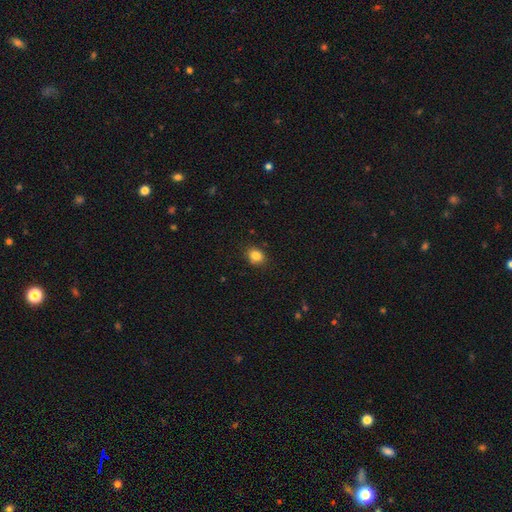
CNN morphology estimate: smooth_or_featured: smooth (p=0.85) [alt: star or artifact p=0.10]
how_rounded: in between (p=0.51) [alt: round p=0.48]
merging: none (p=0.87) [alt: minor disturbance p=0.10]